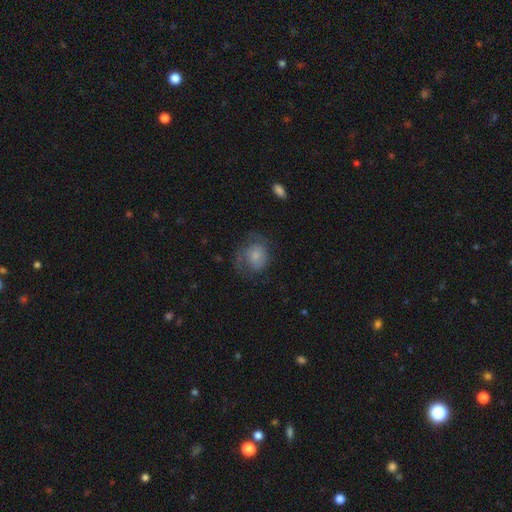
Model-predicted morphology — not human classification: Smooth or featured? smooth (55%)
How rounded? round (60%)
Merging? none (49%)